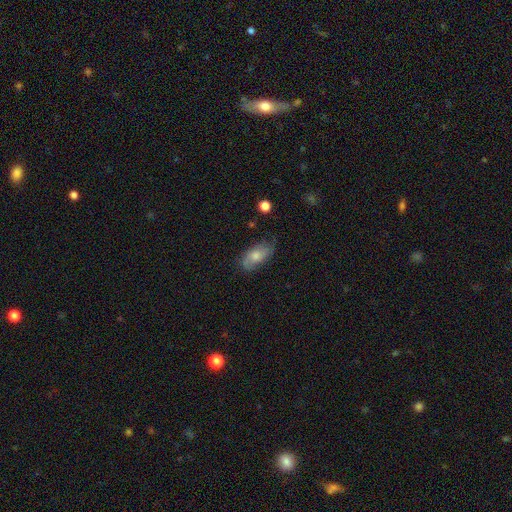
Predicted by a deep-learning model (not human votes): This is possibly a smooth galaxy (52%). How rounded: clearly in between (85%). Merging: likely none (72%).